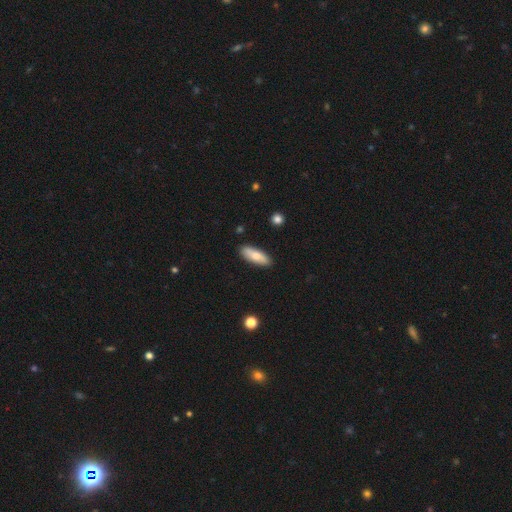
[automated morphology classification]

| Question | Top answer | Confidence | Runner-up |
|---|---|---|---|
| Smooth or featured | smooth | 74% | featured or disk (20%) |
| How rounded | in between | 62% | cigar-shaped (36%) |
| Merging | none | 88% | minor disturbance (9%) |